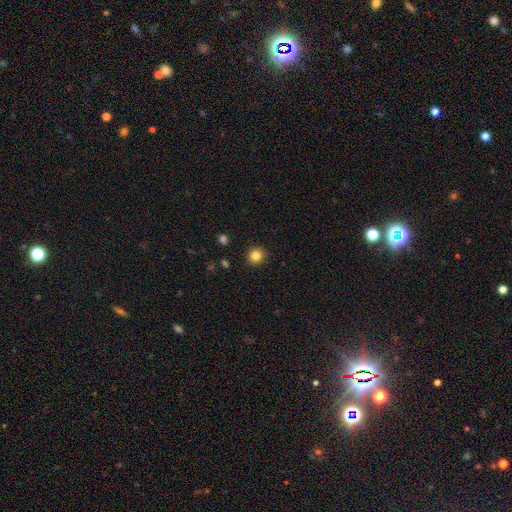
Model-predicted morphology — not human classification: This appears to be a smooth galaxy with no disk features (84%) that is round (90%). Merging: none (91%).